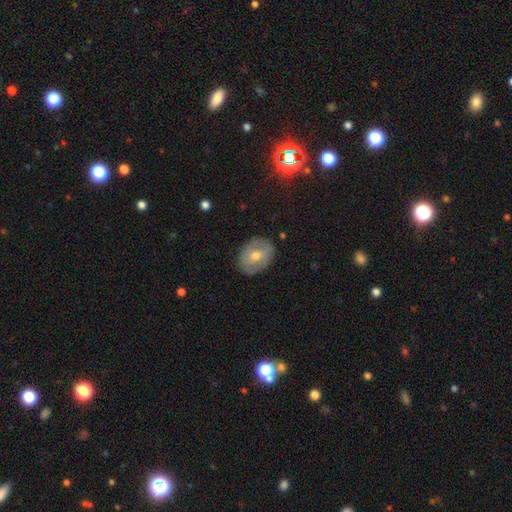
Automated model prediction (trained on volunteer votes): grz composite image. It shows a featured or disk galaxy (48%). Merging: none (83%).